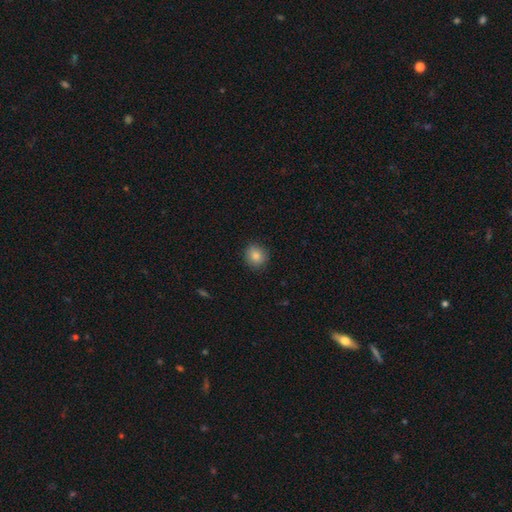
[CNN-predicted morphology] This appears to be a smooth galaxy with no disk features (85%) that is round (84%). Merging: none (88%).